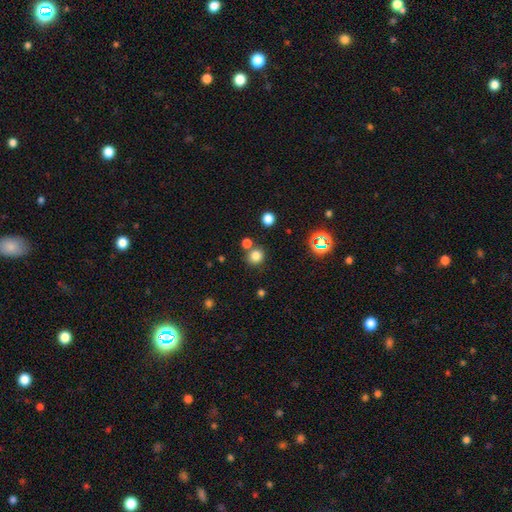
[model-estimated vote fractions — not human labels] A smooth galaxy with no disk features (79%) that is round (88%). Merging: none (72%).